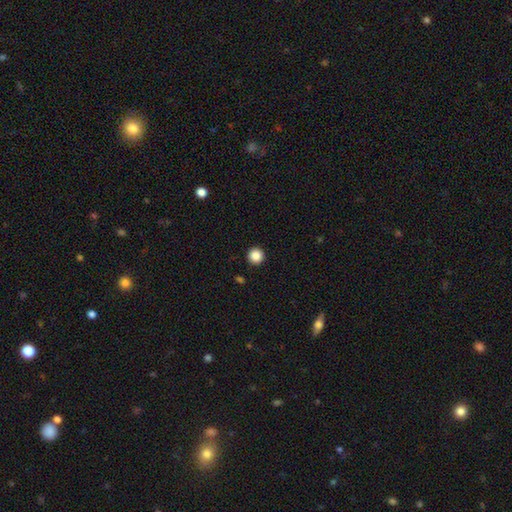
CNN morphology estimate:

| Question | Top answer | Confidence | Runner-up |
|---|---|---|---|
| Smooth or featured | smooth | 87% | star or artifact (10%) |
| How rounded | round | 96% | in between (3%) |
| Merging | none | 94% | minor disturbance (4%) |